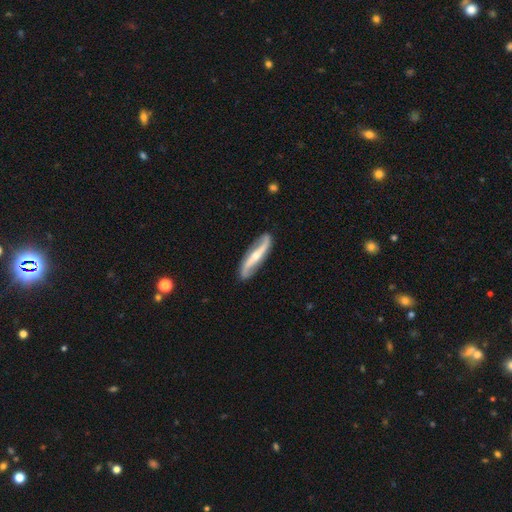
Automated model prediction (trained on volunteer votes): Smooth or featured? featured or disk (85%)
Edge-on disk? no (78%)
Bar? strong (53%)
Spiral arms? yes (95%)
Spiral winding? loose (74%)
Spiral arm count? 2 (93%)
Bulge size? small (52%)
Merging? none (85%)